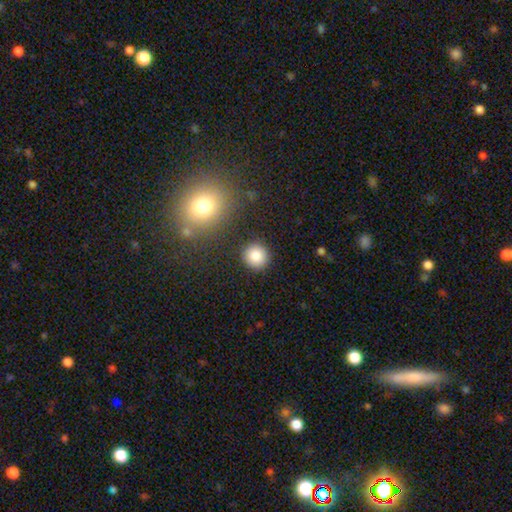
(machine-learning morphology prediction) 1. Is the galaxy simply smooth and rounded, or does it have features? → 86% smooth, 9% star or artifact, 5% featured or disk.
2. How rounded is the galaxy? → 93% round, 6% in between, 1% cigar-shaped.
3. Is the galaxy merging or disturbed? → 88% none, 7% minor disturbance, 3% major disturbance, 2% merger.